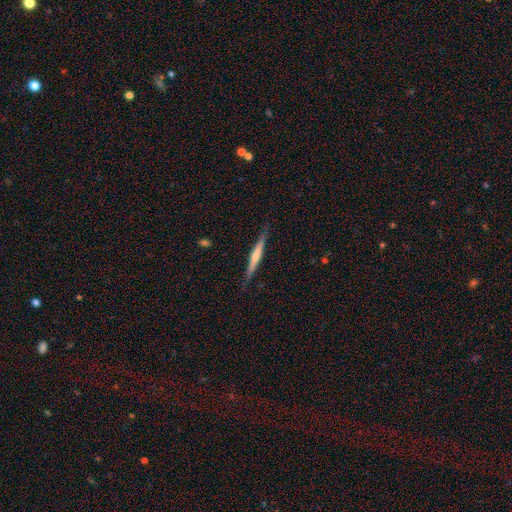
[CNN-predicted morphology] smooth_or_featured: featured or disk (p=0.64) [alt: smooth p=0.30]
disk_edge_on: yes (p=0.97) [alt: no p=0.03]
edge_on_bulge: rounded (p=0.64) [alt: none p=0.27]
merging: none (p=0.87) [alt: minor disturbance p=0.10]